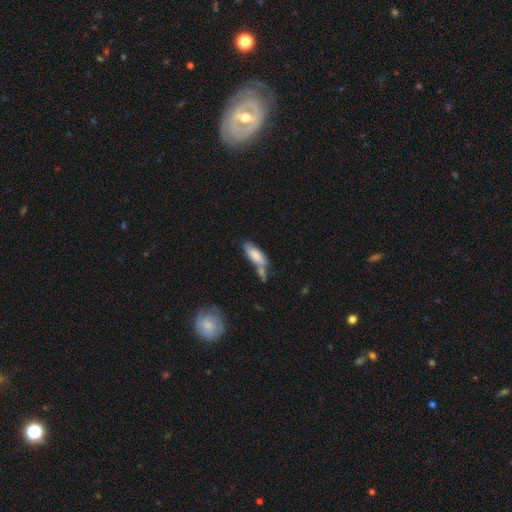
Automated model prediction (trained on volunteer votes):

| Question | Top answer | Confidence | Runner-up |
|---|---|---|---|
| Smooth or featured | smooth | 79% | featured or disk (15%) |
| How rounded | in between | 71% | cigar-shaped (27%) |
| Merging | none | 40% | merger (30%) |